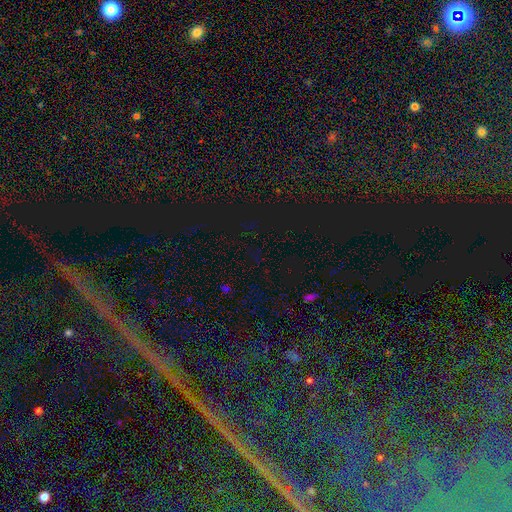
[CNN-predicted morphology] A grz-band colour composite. It shows a star or artifact, not a galaxy (75%).